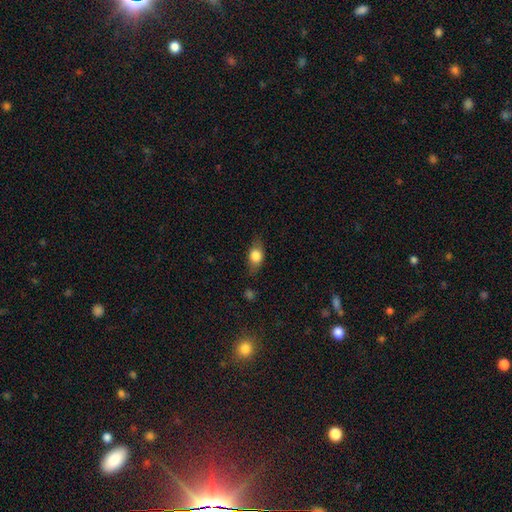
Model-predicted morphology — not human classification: Smooth or featured? smooth (75%)
How rounded? in between (75%)
Merging? none (75%)